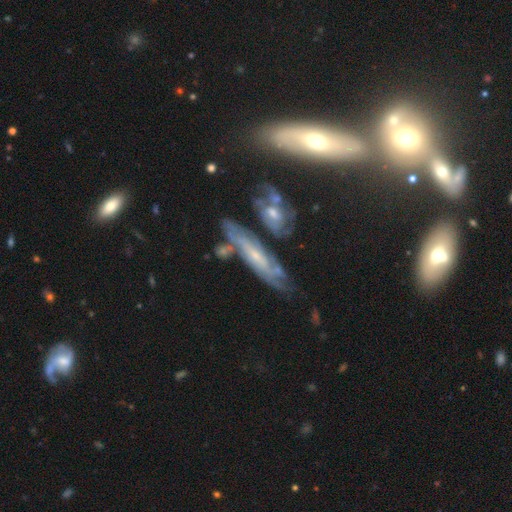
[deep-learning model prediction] smooth-or-featured: featured or disk: 75% | smooth: 16% | star or artifact: 9%
  disk-edge-on: no: 65% | yes: 35%
  merging: none: 65% | minor disturbance: 18% | merger: 9% | major disturbance: 7%